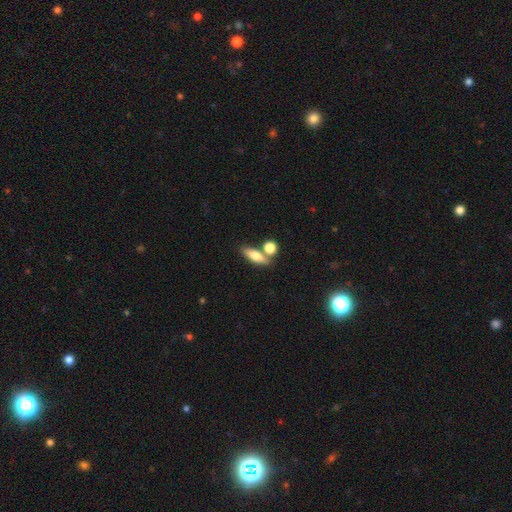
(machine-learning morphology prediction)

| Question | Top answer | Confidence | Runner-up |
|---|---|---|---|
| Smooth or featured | smooth | 71% | featured or disk (21%) |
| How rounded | in between | 56% | cigar-shaped (34%) |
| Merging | none | 61% | merger (25%) |